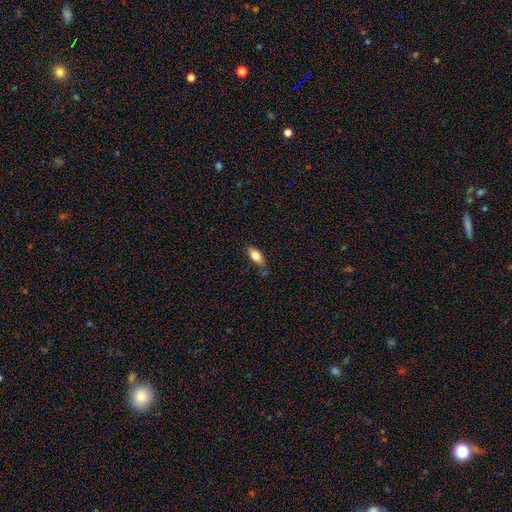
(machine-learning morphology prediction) Overall: smooth (78%). How rounded: in between (85%). Merging: none (71%).